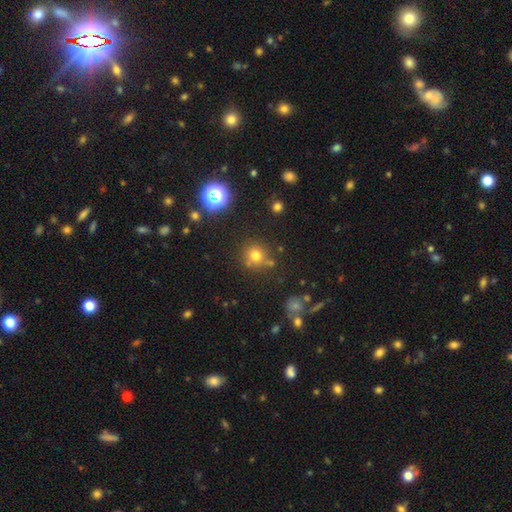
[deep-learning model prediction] Morphology: type=smooth (72%); roundness=round (91%); merging=none (73%).